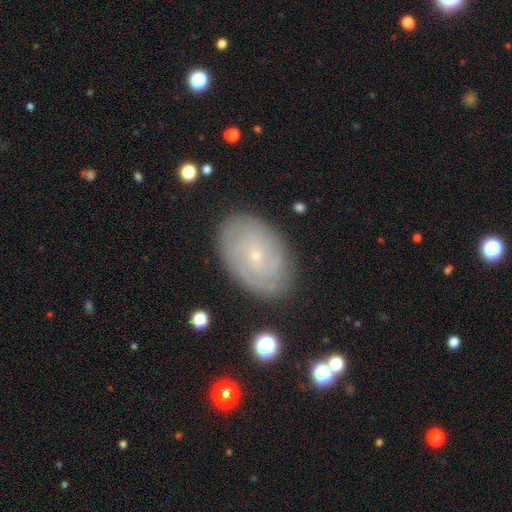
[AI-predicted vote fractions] Q: Smooth or featured?
A: featured or disk (71%); runner-up: smooth (22%)
Q: Edge-on disk?
A: no (96%); runner-up: yes (4%)
Q: Bar?
A: no (79%); runner-up: weak (18%)
Q: Spiral arms?
A: yes (85%); runner-up: no (15%)
Q: Spiral winding?
A: tight (72%); runner-up: medium (21%)
Q: Spiral arm count?
A: can't tell (49%); runner-up: 2 (19%)
Q: Bulge size?
A: small (87%); runner-up: moderate (10%)
Q: Merging?
A: none (82%); runner-up: minor disturbance (13%)